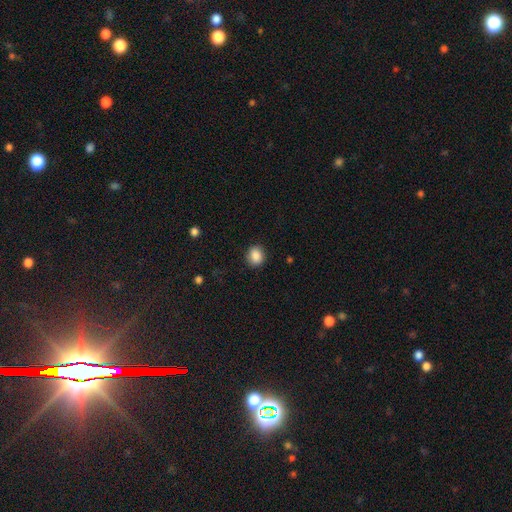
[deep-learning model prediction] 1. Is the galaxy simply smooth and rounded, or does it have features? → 88% smooth, 9% star or artifact, 3% featured or disk.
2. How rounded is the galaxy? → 67% round, 32% in between, 1% cigar-shaped.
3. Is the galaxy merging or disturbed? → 88% none, 8% minor disturbance, 2% major disturbance, 1% merger.